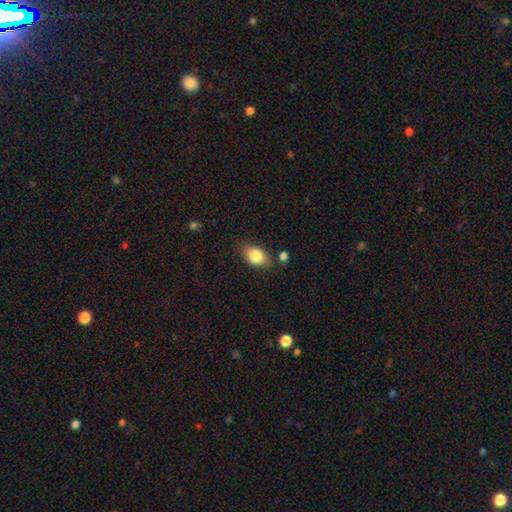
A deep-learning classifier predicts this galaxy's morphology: Smooth or featured: smooth — 84% (featured or disk — 8%)
How rounded: in between — 85% (round — 13%)
Merging: none — 78% (minor disturbance — 14%)